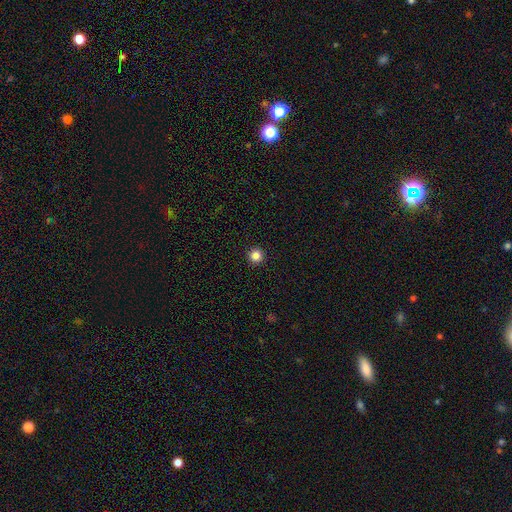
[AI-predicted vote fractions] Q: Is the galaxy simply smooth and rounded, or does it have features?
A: smooth — 85%.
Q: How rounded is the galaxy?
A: round — 96%.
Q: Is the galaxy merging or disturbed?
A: none — 94%.